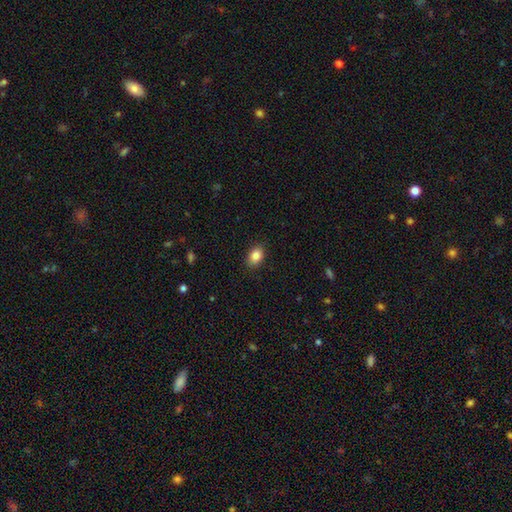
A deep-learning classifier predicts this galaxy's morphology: This appears to be a smooth galaxy with no disk features (86%) that is in between round and cigar-shaped (79%). Merging: none (88%).